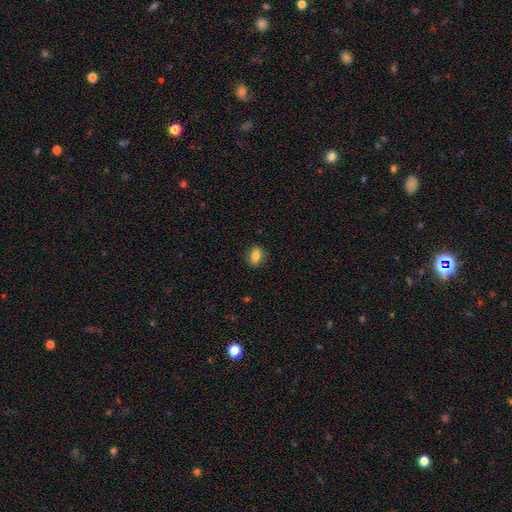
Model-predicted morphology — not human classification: A smooth galaxy with no disk features (79%) that is in between round and cigar-shaped (70%). Merging: none (86%).